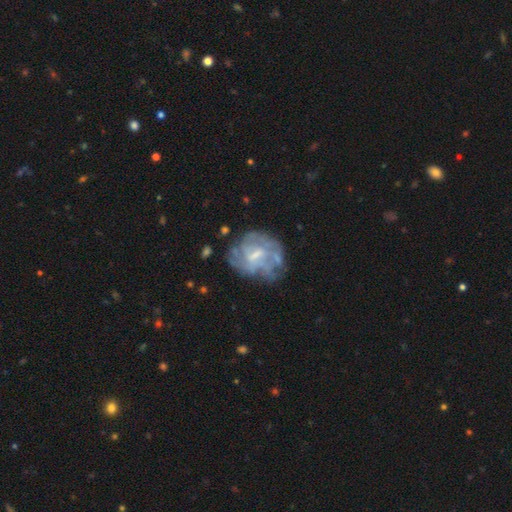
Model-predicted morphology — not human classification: A featured or disk galaxy (69%) with a weak bar (52%), no spiral arms (50%, tied with yes) and a small central bulge (42%).

Vote fractions:
- Smooth or featured? featured or disk: 69% / smooth: 22% / star or artifact: 9%
- Edge-on disk? no: 97% / yes: 3%
- Bar? weak: 52% / no: 37% / strong: 11%
- Spiral arms? no: 50% (tied) / yes: 50% (tied)
- Bulge size? small: 42% / moderate: 32% / none: 22% / large: 3% / dominant: 1%
- Merging? none: 53% / minor disturbance: 22% / major disturbance: 20% / merger: 5%